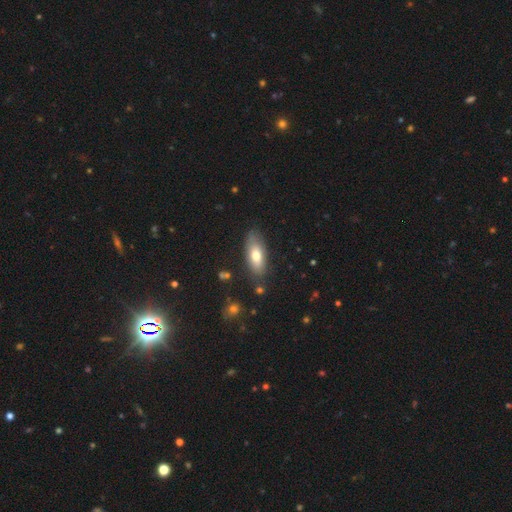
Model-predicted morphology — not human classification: type=smooth (70%); roundness=in between (80%); merging=none (78%).